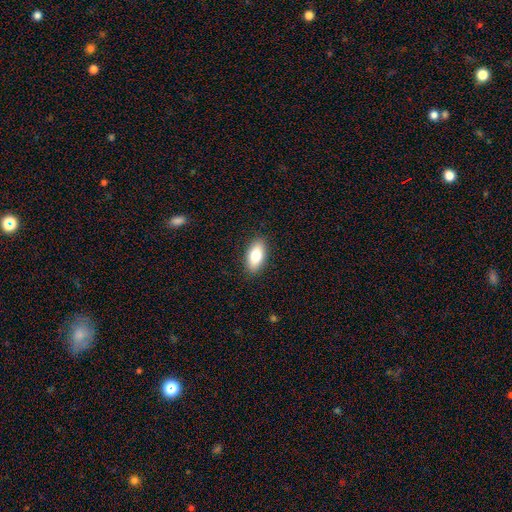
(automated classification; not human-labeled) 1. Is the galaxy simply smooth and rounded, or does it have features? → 78% smooth, 15% featured or disk, 7% star or artifact.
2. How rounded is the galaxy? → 89% in between, 7% cigar-shaped, 4% round.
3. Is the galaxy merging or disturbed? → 88% none, 9% minor disturbance, 2% major disturbance, 1% merger.